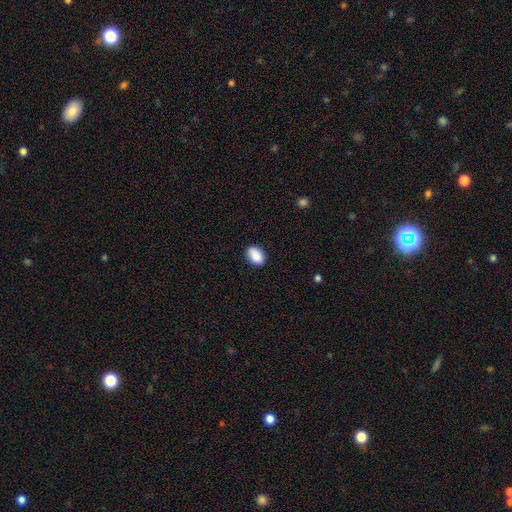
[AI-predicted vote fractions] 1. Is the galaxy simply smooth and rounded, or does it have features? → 88% smooth, 7% star or artifact, 4% featured or disk.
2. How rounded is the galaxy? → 86% in between, 12% round, 1% cigar-shaped.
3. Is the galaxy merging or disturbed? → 85% none, 12% minor disturbance, 2% major disturbance, 1% merger.